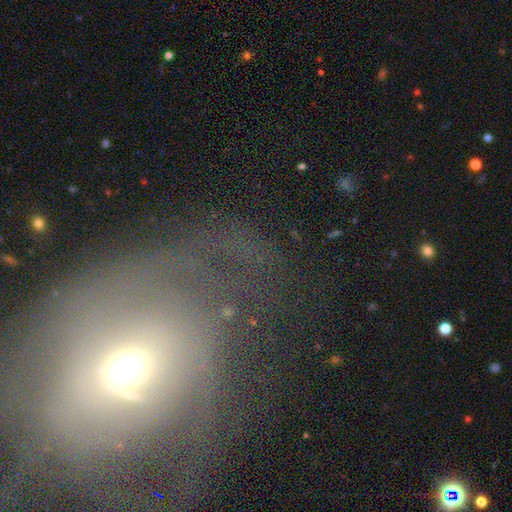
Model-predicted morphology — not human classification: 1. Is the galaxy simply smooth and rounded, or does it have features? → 43% featured or disk, 33% smooth, 24% star or artifact.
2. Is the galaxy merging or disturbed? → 44% none, 32% major disturbance, 17% minor disturbance, 6% merger.